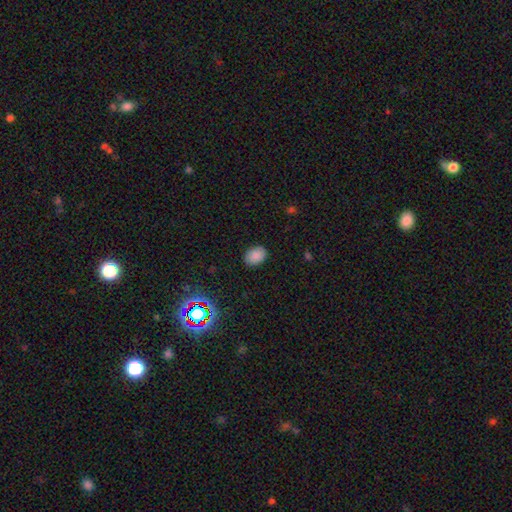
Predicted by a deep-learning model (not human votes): smooth 86%, star or artifact 10%, featured or disk 4%. Down the decision tree: how rounded — in between (75%); merging — none (88%).